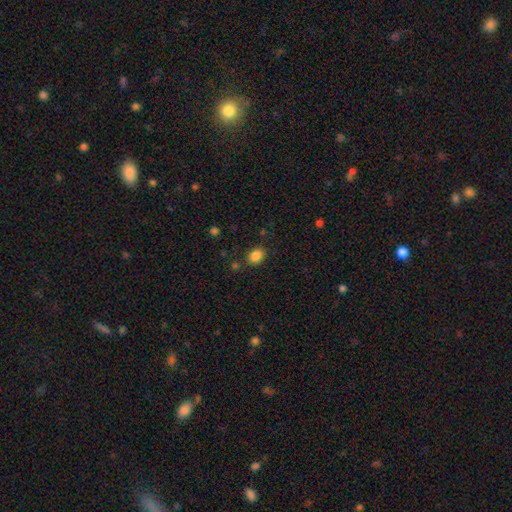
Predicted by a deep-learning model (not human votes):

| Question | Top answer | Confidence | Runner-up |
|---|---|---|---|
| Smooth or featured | smooth | 86% | star or artifact (10%) |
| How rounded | in between | 63% | round (36%) |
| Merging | none | 81% | minor disturbance (11%) |